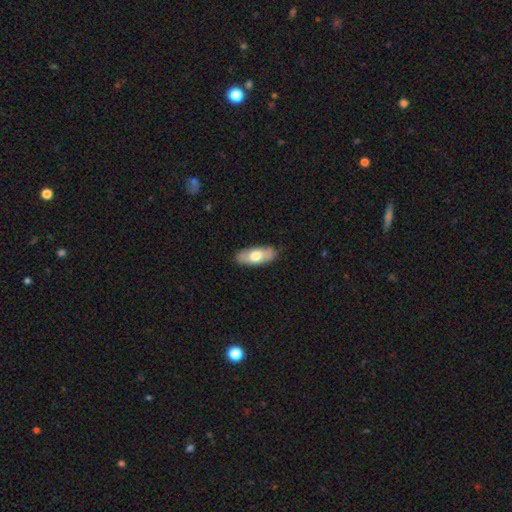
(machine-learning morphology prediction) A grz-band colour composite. It shows a smooth galaxy with no disk features (63%) that is in between round and cigar-shaped (82%). Merging: none (84%).